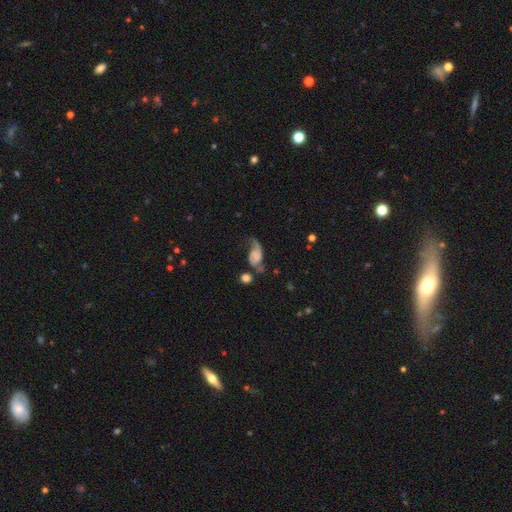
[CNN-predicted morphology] smooth-or-featured: featured or disk: 65% | smooth: 25% | star or artifact: 9%
  disk-edge-on: no: 96% | yes: 4%
    bar: no: 64% | weak: 28% | strong: 8%
    has-spiral-arms: yes: 89% | no: 11%
      spiral-winding: loose: 69% | medium: 23% | tight: 8%
      spiral-arm-count: 2: 79% | 1: 15% | can't tell: 4% | 3: 1% | 4: 1% | more than 4: 1%
    bulge-size: none: 52% | small: 22% | moderate: 13% | large: 9% | dominant: 4%
  merging: none: 36% | major disturbance: 27% | minor disturbance: 25% | merger: 12%